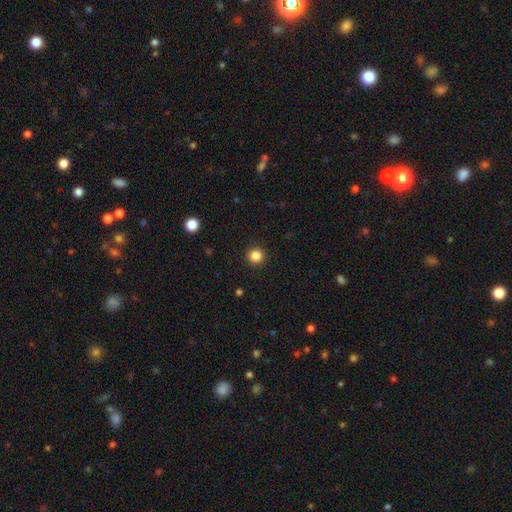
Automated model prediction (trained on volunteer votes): smooth-or-featured: smooth: 85% | star or artifact: 11% | featured or disk: 3%
  how-rounded: round: 94% | in between: 5% | cigar-shaped: 1%
  merging: none: 92% | minor disturbance: 5% | major disturbance: 2% | merger: 1%